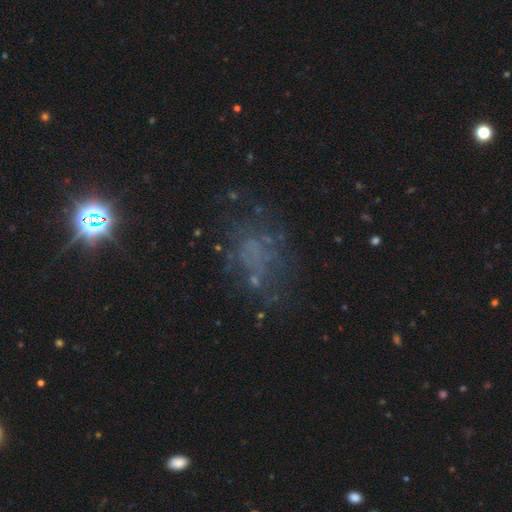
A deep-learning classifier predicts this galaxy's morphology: This appears to be a featured or disk galaxy (40%). Merging: none (55%).